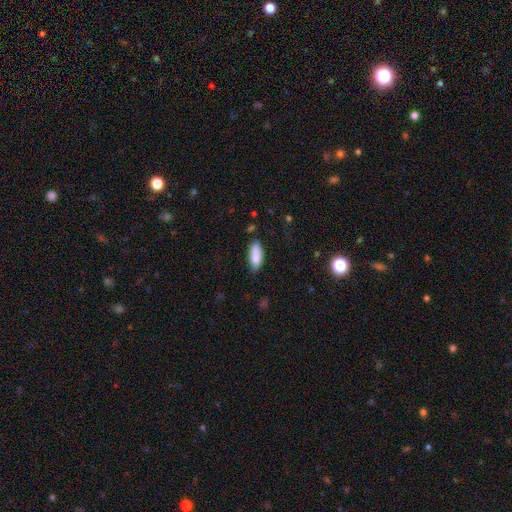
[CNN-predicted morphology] This is clearly a smooth galaxy (85%). How rounded: likely in between (75%). Merging: likely none (71%).